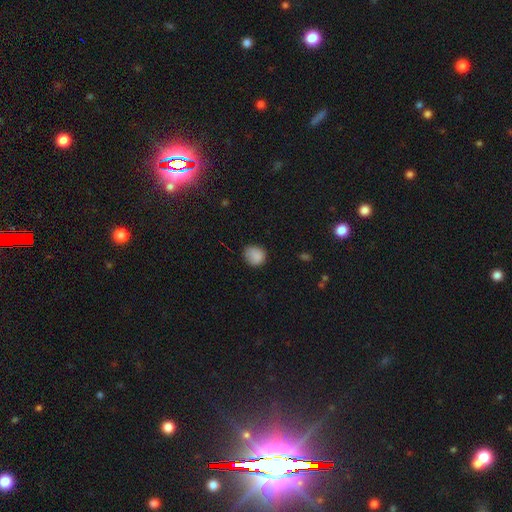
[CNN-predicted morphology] This appears to be a smooth galaxy with no disk features (86%) that is round (76%). Merging: none (75%).